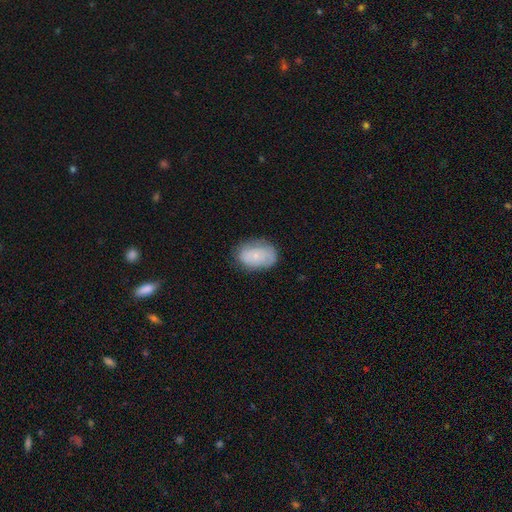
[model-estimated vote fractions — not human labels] Smooth or featured: smooth — 67% (featured or disk — 25%)
How rounded: in between — 83% (round — 16%)
Merging: none — 71% (minor disturbance — 21%)